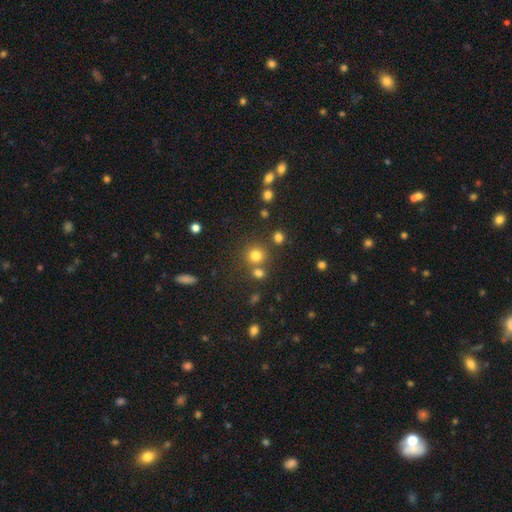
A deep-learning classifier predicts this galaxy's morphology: This appears to be a smooth galaxy with no disk features (76%) that is round (89%). Merging: none (70%).